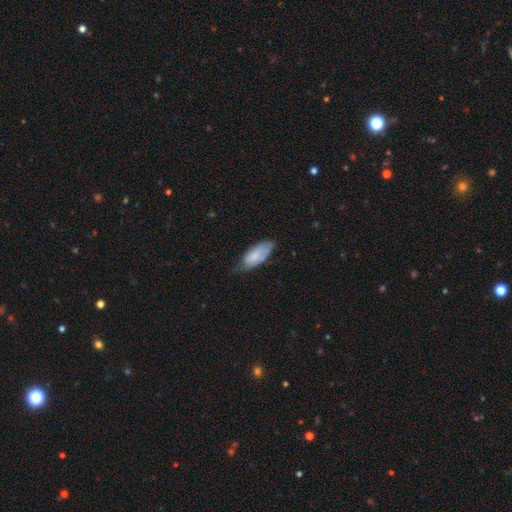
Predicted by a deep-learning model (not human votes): Morphology: type=smooth (79%); roundness=in between (85%); merging=none (50%).